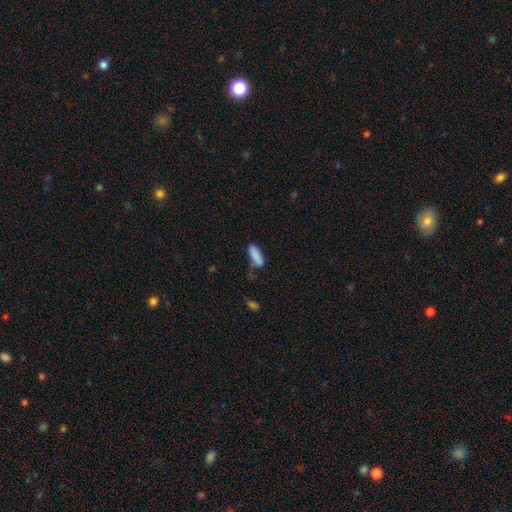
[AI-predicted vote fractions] Q: Smooth or featured?
A: smooth (87%); runner-up: star or artifact (7%)
Q: How rounded?
A: in between (63%); runner-up: cigar-shaped (35%)
Q: Merging?
A: none (66%); runner-up: minor disturbance (22%)